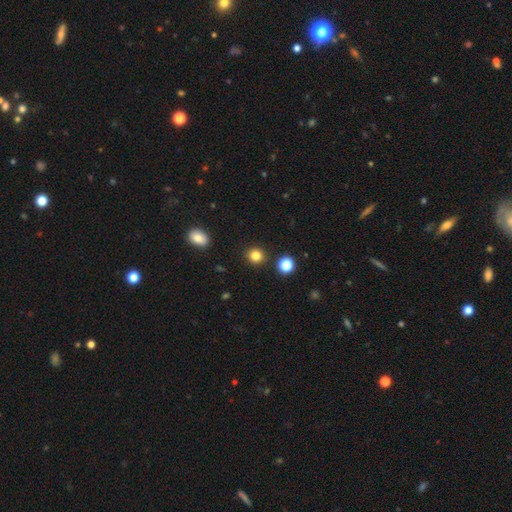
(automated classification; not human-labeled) The model was most divided on "smooth or featured": smooth: 82%, star or artifact: 13%, featured or disk: 5%. More confident: merging — none (90%); how rounded — round (88%).